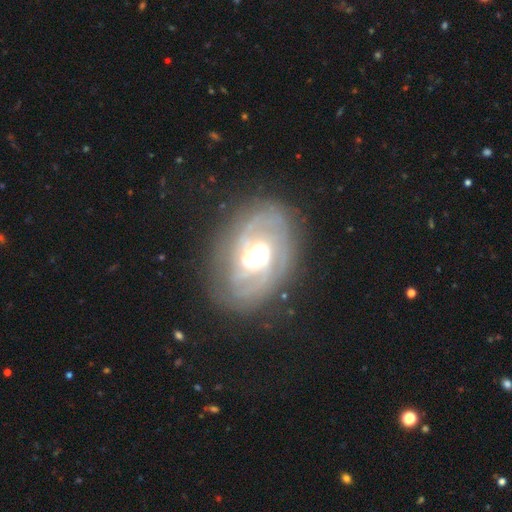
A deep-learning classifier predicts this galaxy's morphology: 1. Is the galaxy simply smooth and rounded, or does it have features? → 86% featured or disk, 9% smooth, 6% star or artifact.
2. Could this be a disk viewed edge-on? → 96% no, 4% yes.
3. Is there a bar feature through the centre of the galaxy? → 47% weak, 27% no, 26% strong.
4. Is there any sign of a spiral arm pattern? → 94% yes, 6% no.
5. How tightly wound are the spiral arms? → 54% tight, 35% medium, 11% loose.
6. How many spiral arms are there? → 59% 2, 17% can't tell, 13% 3, 4% 4, 4% 1, 4% more than 4.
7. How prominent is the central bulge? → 63% moderate, 24% large, 11% small, 2% dominant, 1% none.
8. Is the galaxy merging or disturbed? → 78% none, 14% minor disturbance, 6% major disturbance, 1% merger.